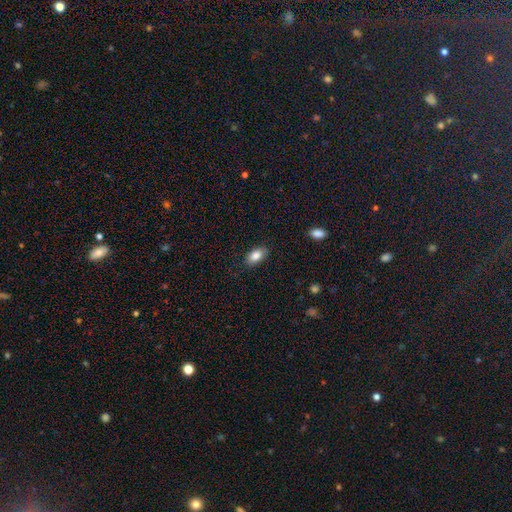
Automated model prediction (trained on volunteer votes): Smooth or featured: smooth — 85% (star or artifact — 7%)
How rounded: in between — 92% (round — 5%)
Merging: none — 84% (minor disturbance — 12%)